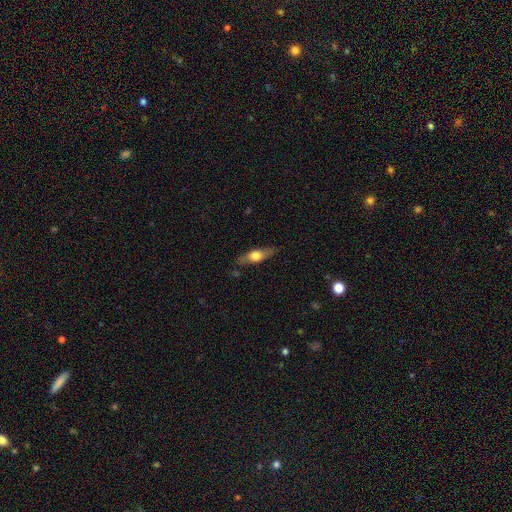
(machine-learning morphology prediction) Smooth or featured? smooth (50%)
Merging? none (81%)